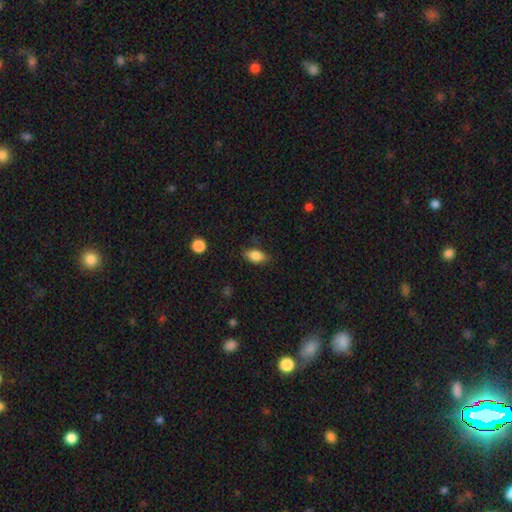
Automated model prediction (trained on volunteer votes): Overall: smooth (80%). How rounded: in between (84%). Merging: none (78%).